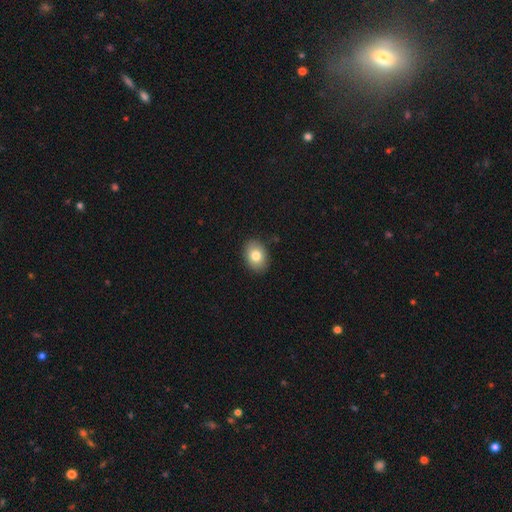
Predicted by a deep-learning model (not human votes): smooth 80%, featured or disk 12%, star or artifact 8%. Down the decision tree: how rounded — in between (74%); merging — none (89%).